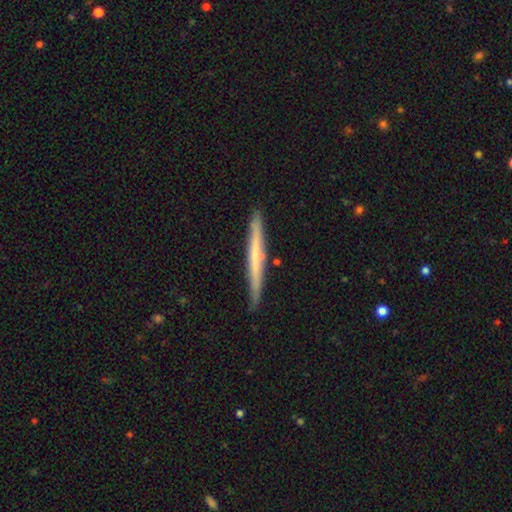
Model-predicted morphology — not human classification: The model was most divided on "smooth or featured": featured or disk: 48%, smooth: 46%, star or artifact: 5%. More confident: merging — none (88%).